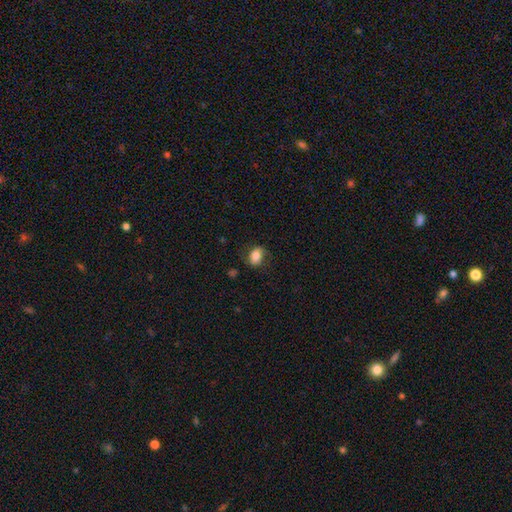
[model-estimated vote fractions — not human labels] A smooth galaxy with no disk features (76%) that is in between round and cigar-shaped (77%). Merging: none (73%).